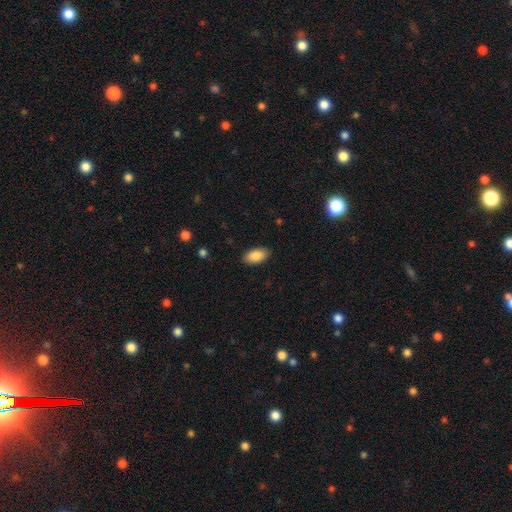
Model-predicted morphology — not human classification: smooth_or_featured: smooth (p=0.87) [alt: star or artifact p=0.07]
how_rounded: in between (p=0.94) [alt: cigar-shaped p=0.03]
merging: none (p=0.88) [alt: minor disturbance p=0.09]